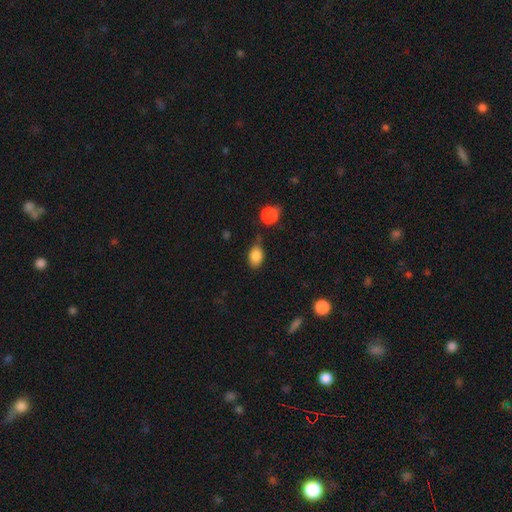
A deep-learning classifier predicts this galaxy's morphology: smooth 86%, star or artifact 9%, featured or disk 6%. Down the decision tree: how rounded — in between (81%); merging — none (68%).